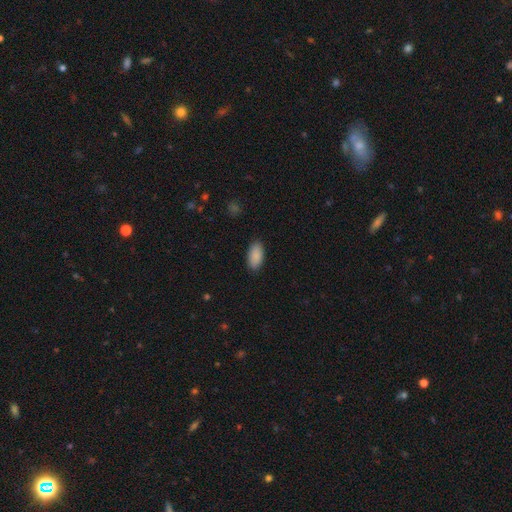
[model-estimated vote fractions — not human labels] Smooth or featured? Predicted: smooth (p=0.89). How rounded? Predicted: in between (p=0.94). Merging? Predicted: none (p=0.88).